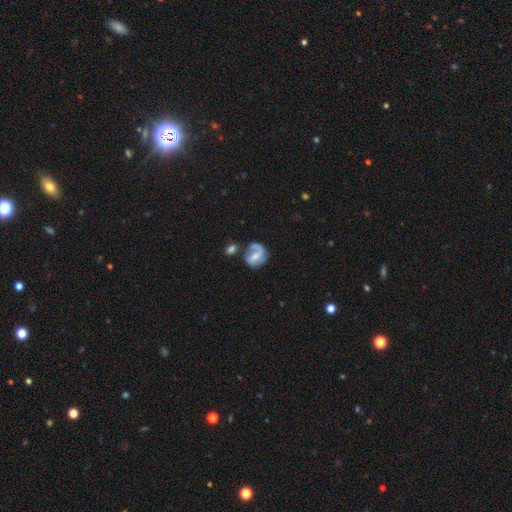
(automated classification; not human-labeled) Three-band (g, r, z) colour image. It shows a featured or disk galaxy (71%) with a weak bar (47%), 2 (66%) medium (46%) spiral arms (87%) and a moderate central bulge (46%). Merging: none (50%).